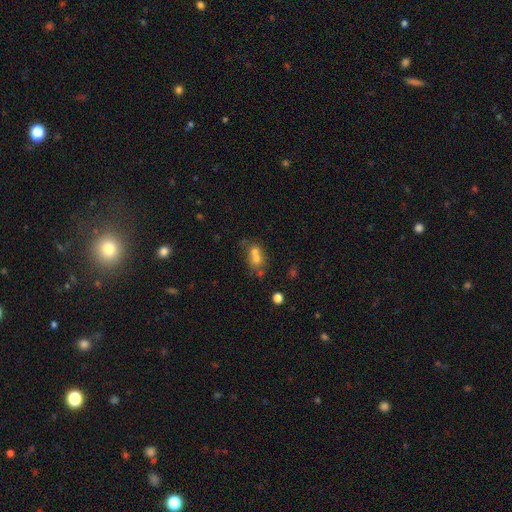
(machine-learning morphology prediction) A smooth galaxy with no disk features (64%) that is round (64%). Merging: merger (61%).